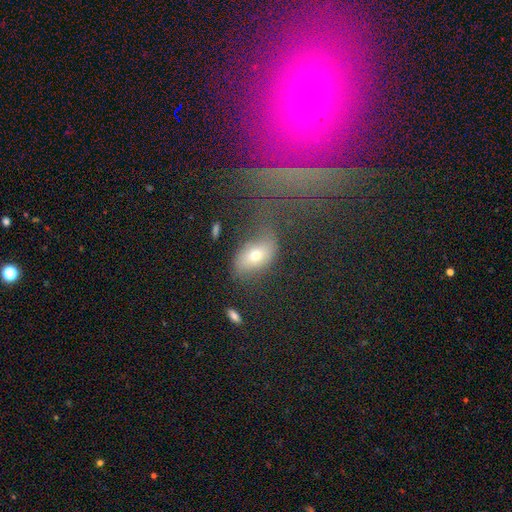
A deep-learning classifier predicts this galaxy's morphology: Smooth or featured: smooth — 59% (featured or disk — 25%)
How rounded: in between — 84% (round — 13%)
Merging: none — 58% (minor disturbance — 20%)